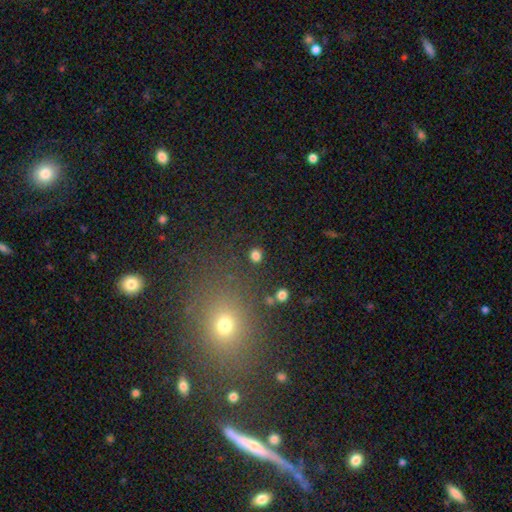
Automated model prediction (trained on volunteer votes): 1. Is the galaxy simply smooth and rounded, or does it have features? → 80% smooth, 15% star or artifact, 5% featured or disk.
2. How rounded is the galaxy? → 83% round, 16% in between, 1% cigar-shaped.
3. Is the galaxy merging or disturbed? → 88% none, 6% minor disturbance, 3% major disturbance, 3% merger.